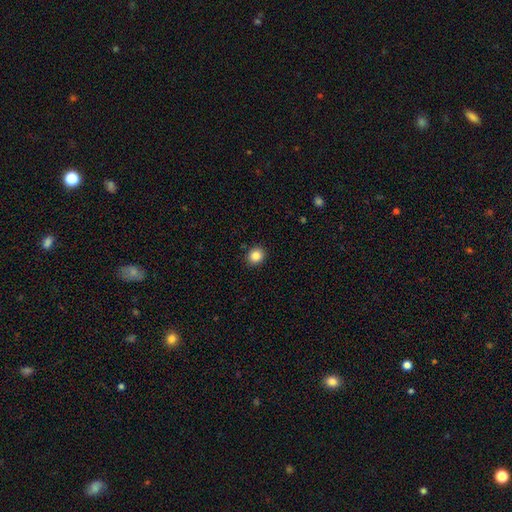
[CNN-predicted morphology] Smooth or featured? smooth (85%)
How rounded? round (75%)
Merging? none (91%)